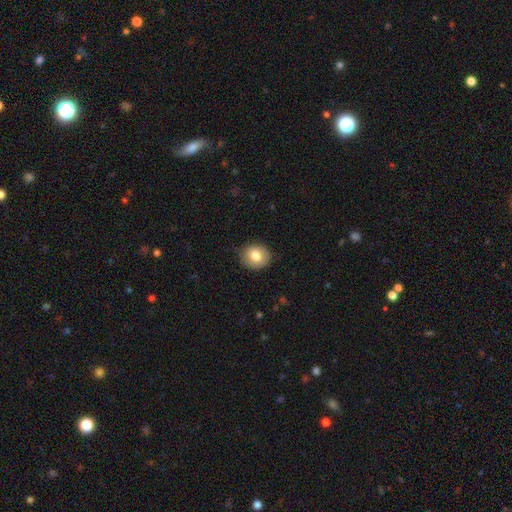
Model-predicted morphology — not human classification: Smooth or featured: smooth — 80% (featured or disk — 11%)
How rounded: round — 66% (in between — 33%)
Merging: none — 82% (minor disturbance — 14%)